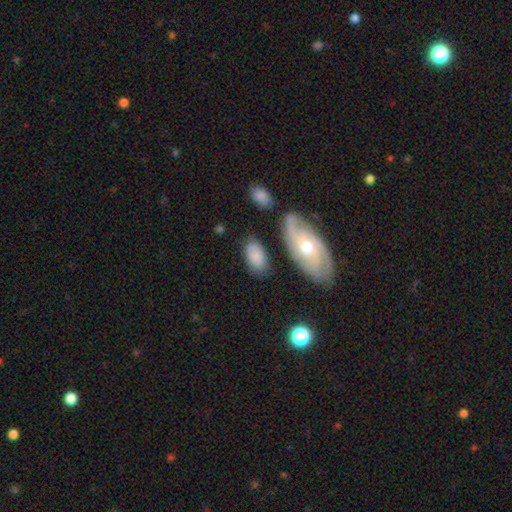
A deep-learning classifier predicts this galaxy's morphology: Smooth or featured?
  - smooth: 73% *
  - featured or disk: 19%
  - star or artifact: 8%
How rounded?
  - in between: 93% *
  - round: 5%
  - cigar-shaped: 3%
Merging?
  - none: 69% *
  - minor disturbance: 18%
  - merger: 7%
  - major disturbance: 6%